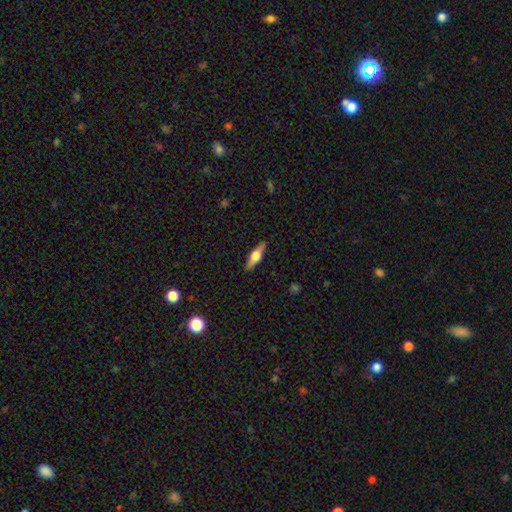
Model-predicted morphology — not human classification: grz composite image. It shows a featured or disk galaxy (59%) viewed edge-on (95%) with a rounded central bulge (93%). Merging: none (89%).